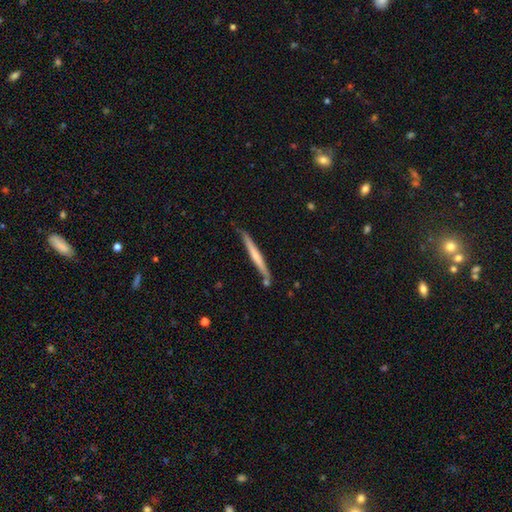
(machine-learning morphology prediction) Smooth or featured?
  - smooth: 48% *
  - featured or disk: 47%
  - star or artifact: 5%
Merging?
  - none: 78% *
  - minor disturbance: 15%
  - merger: 5%
  - major disturbance: 2%